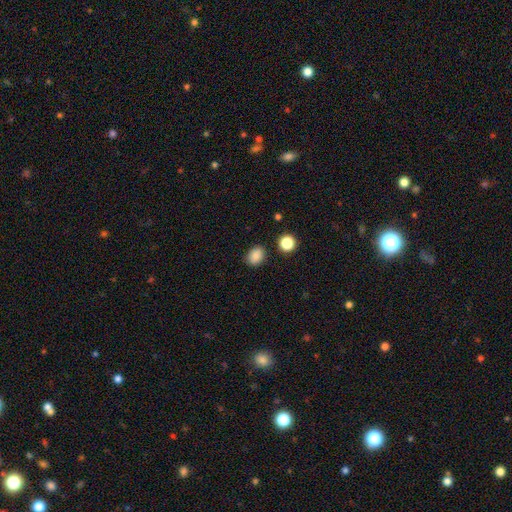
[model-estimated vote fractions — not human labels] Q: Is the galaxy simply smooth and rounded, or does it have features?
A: smooth — 86%.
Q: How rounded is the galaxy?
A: in between — 60%.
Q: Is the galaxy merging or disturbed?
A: none — 86%.